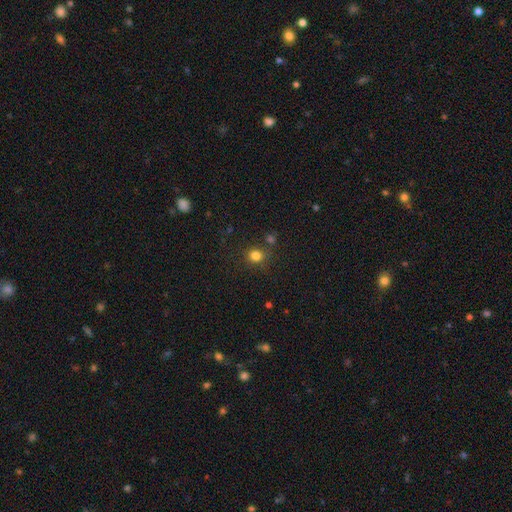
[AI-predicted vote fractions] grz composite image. It shows a smooth galaxy with no disk features (79%) that is round (83%). Merging: none (78%).